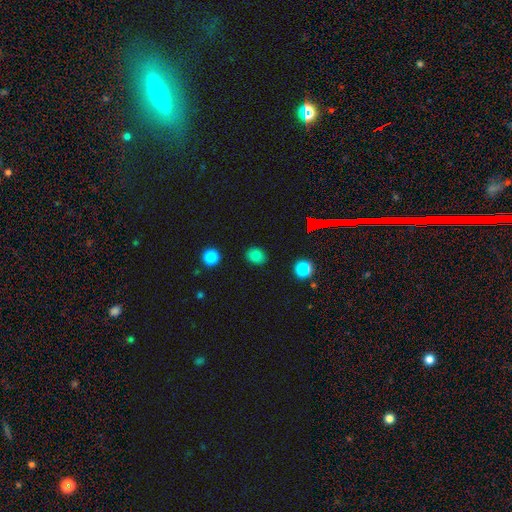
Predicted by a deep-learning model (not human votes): Smooth or featured? Predicted: smooth (p=0.79). How rounded? Predicted: round (p=0.63). Merging? Predicted: none (p=0.86).